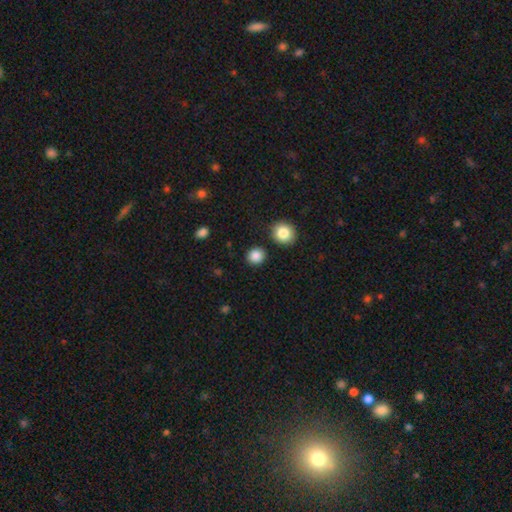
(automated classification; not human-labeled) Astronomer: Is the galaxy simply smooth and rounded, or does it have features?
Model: smooth — 87%.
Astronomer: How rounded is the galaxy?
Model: round — 88%.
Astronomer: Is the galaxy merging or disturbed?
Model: none — 89%.